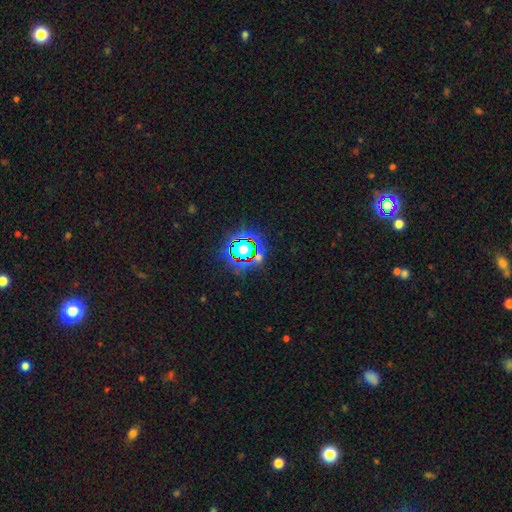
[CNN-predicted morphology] The model was most divided on "smooth or featured": star or artifact: 73%, smooth: 18%, featured or disk: 10%.